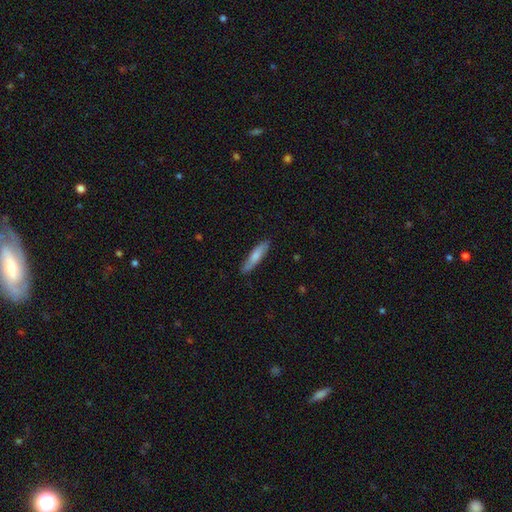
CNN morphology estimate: smooth-or-featured: smooth: 72% | featured or disk: 23% | star or artifact: 5%
  how-rounded: cigar-shaped: 81% | in between: 17% | round: 1%
  merging: none: 83% | minor disturbance: 13% | major disturbance: 2% | merger: 1%